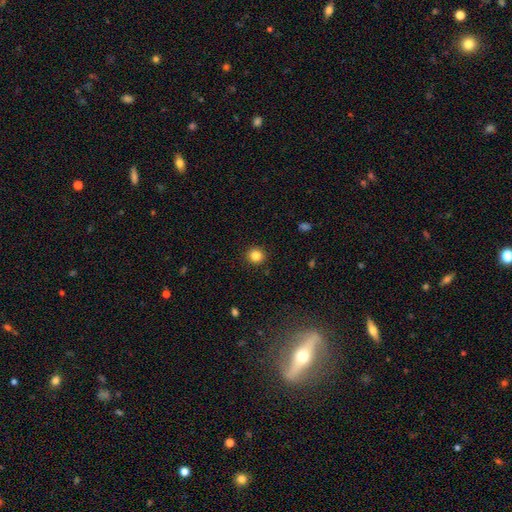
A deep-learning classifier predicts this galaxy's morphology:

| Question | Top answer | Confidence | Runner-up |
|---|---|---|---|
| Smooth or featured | smooth | 84% | star or artifact (11%) |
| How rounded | round | 92% | in between (7%) |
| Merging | none | 92% | minor disturbance (5%) |